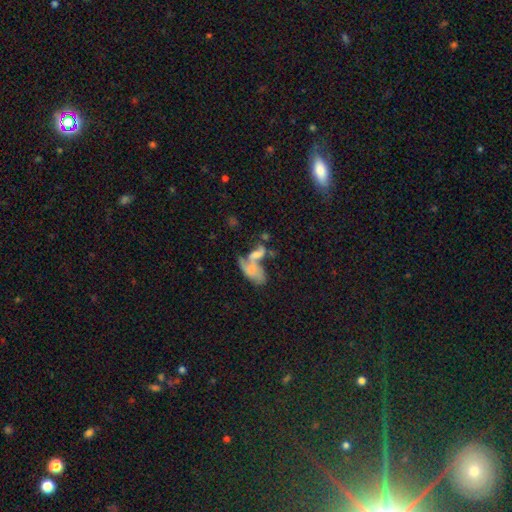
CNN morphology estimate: type=smooth (51%); roundness=in between (80%); merging=merger (51%).